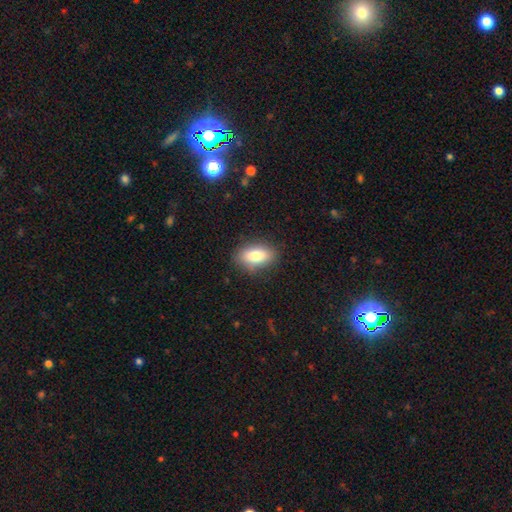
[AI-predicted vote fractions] smooth_or_featured: smooth (p=0.83) [alt: featured or disk p=0.10]
how_rounded: in between (p=0.89) [alt: cigar-shaped p=0.06]
merging: none (p=0.84) [alt: minor disturbance p=0.12]